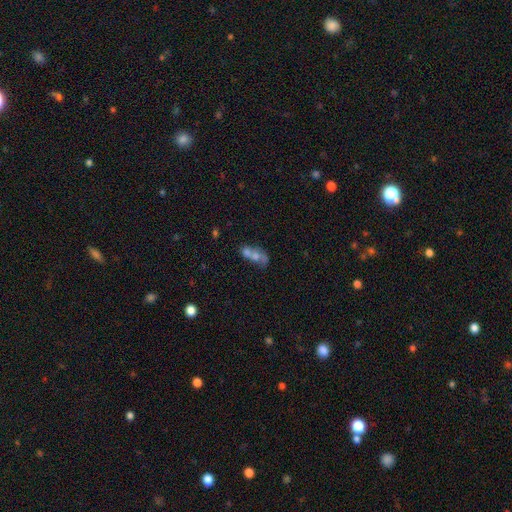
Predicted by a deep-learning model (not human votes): smooth 56%, featured or disk 32%, star or artifact 12%. Down the decision tree: how rounded — in between (67%); merging — merger (65%).